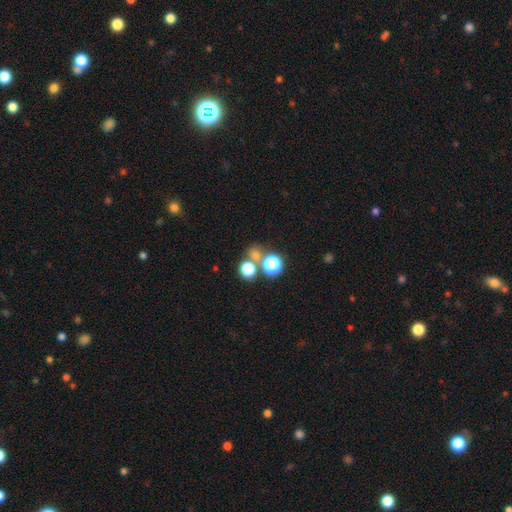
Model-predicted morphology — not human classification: The model was most divided on "merging": none: 57%, merger: 32%, minor disturbance: 7%, major disturbance: 4%. More confident: how rounded — round (80%); smooth or featured — smooth (66%).